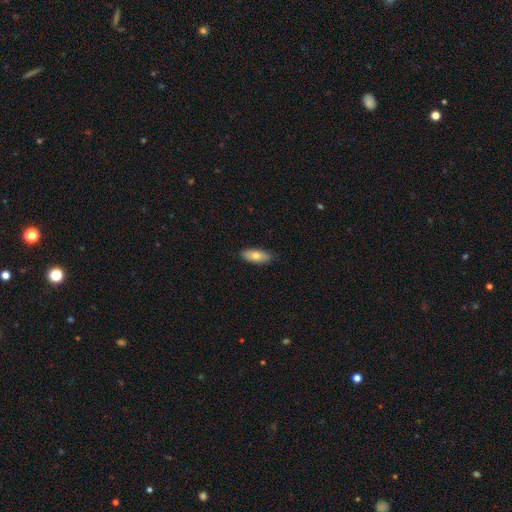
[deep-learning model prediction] Smooth or featured: smooth — 73% (featured or disk — 20%)
How rounded: in between — 77% (cigar-shaped — 20%)
Merging: none — 86% (minor disturbance — 11%)